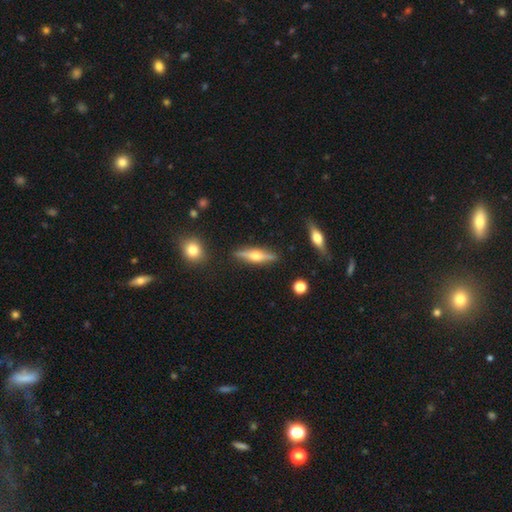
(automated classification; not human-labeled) smooth_or_featured: featured or disk (p=0.68) [alt: smooth p=0.26]
disk_edge_on: yes (p=0.96) [alt: no p=0.04]
edge_on_bulge: rounded (p=0.93) [alt: boxy p=0.04]
merging: none (p=0.87) [alt: minor disturbance p=0.09]